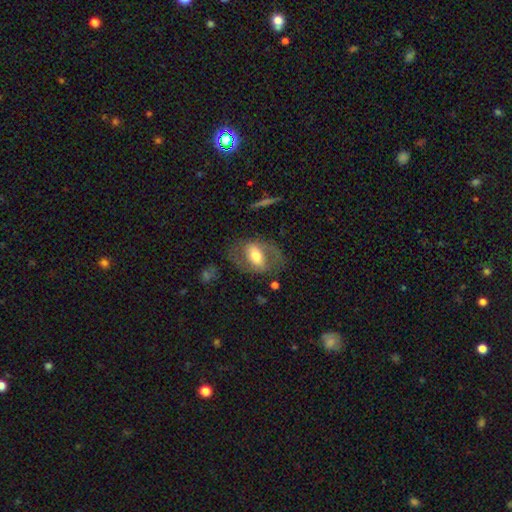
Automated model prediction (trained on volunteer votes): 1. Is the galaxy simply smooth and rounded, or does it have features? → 55% featured or disk, 38% smooth, 7% star or artifact.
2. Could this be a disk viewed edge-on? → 89% no, 11% yes.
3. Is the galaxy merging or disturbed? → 68% none, 17% minor disturbance, 13% major disturbance, 2% merger.